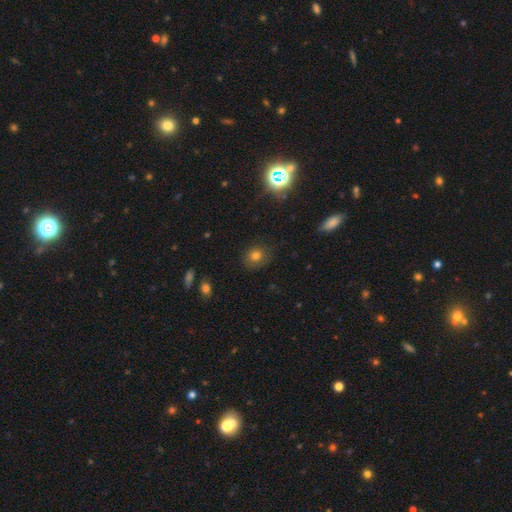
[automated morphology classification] The model was most divided on "how rounded": round: 70%, in between: 29%, cigar-shaped: 1%. More confident: merging — none (76%); smooth or featured — smooth (70%).